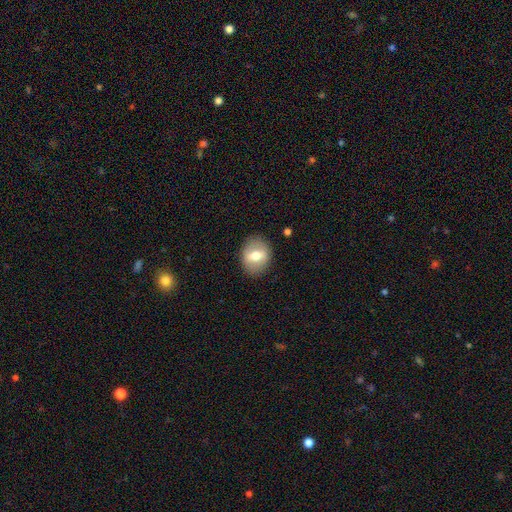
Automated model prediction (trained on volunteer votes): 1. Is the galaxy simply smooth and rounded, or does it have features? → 55% smooth, 37% featured or disk, 8% star or artifact.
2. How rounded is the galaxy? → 53% in between, 46% round, 1% cigar-shaped.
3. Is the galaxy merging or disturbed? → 86% none, 10% minor disturbance, 3% major disturbance, 1% merger.